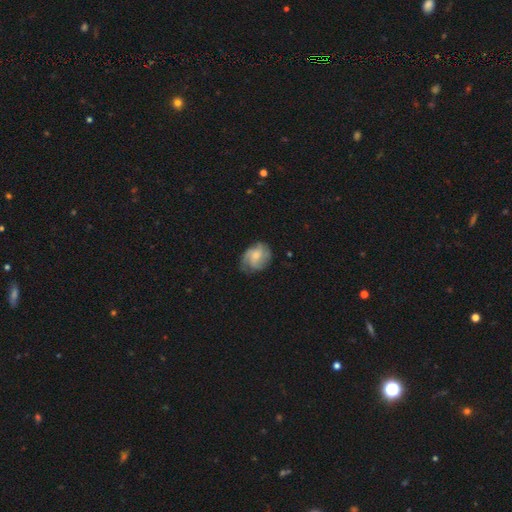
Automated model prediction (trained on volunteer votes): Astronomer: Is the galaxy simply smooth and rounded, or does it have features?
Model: featured or disk — 62%.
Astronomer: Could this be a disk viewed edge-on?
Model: no — 98%.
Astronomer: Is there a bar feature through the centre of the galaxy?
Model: no — 62%.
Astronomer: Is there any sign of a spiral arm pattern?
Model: yes — 91%.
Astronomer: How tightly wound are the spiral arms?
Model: medium — 44% (runner-up: tight, 36%).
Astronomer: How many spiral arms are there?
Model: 3 — 32% (runner-up: 2, 26%).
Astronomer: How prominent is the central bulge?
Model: moderate — 44% (runner-up: small, 42%).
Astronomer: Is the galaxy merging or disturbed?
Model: none — 64%.